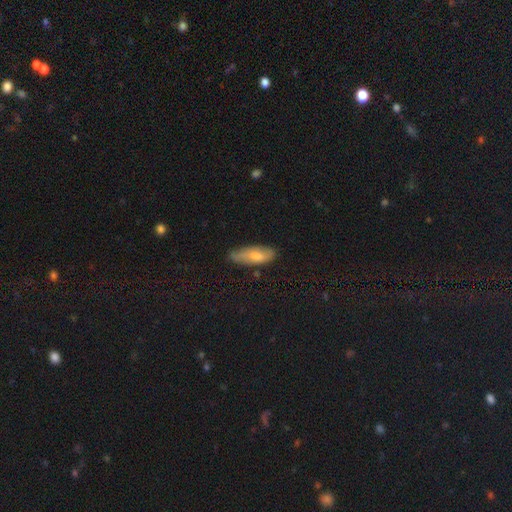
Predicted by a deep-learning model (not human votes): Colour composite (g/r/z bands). It shows a smooth galaxy with no disk features (59%) that is in between round and cigar-shaped (56%). Merging: none (72%).